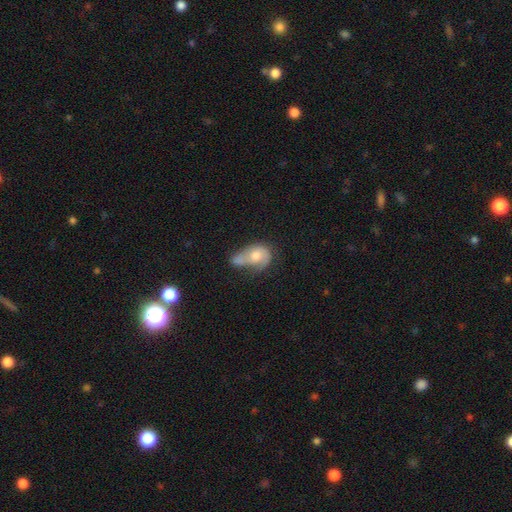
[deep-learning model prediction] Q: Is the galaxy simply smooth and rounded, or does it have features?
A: smooth — 55%.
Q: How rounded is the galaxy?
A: in between — 73%.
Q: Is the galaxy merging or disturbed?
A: merger — 46%.